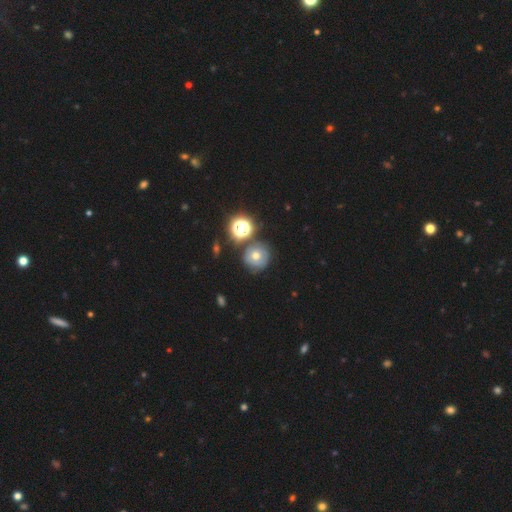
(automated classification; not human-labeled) The model was most divided on "smooth or featured": smooth: 55%, featured or disk: 23%, star or artifact: 22%. More confident: how rounded — round (93%); merging — none (76%).